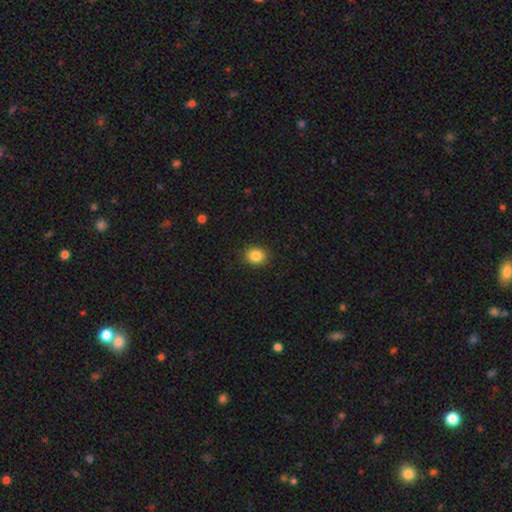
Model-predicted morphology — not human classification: Smooth or featured: smooth — 86% (star or artifact — 10%)
How rounded: round — 61% (in between — 38%)
Merging: none — 90% (minor disturbance — 7%)